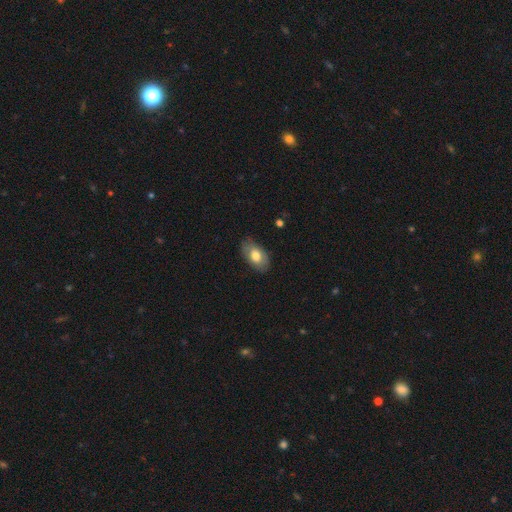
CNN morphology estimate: smooth-or-featured: smooth: 72% | featured or disk: 22% | star or artifact: 6%
  how-rounded: in between: 92% | round: 6% | cigar-shaped: 2%
  merging: none: 79% | minor disturbance: 17% | major disturbance: 3% | merger: 1%